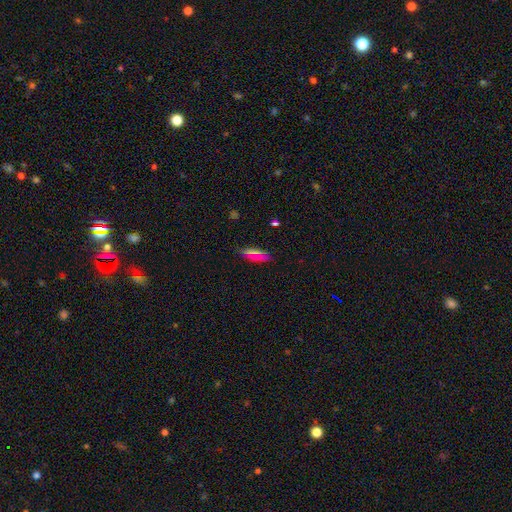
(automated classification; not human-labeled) Morphology: type=smooth (68%); roundness=in between (75%); merging=none (82%).